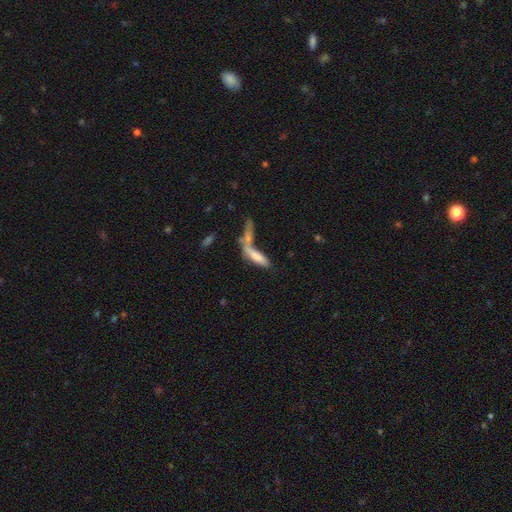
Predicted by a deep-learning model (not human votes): Smooth or featured? Predicted: smooth (p=0.72). How rounded? Predicted: cigar-shaped (p=0.60). Merging? Predicted: merger (p=0.55).